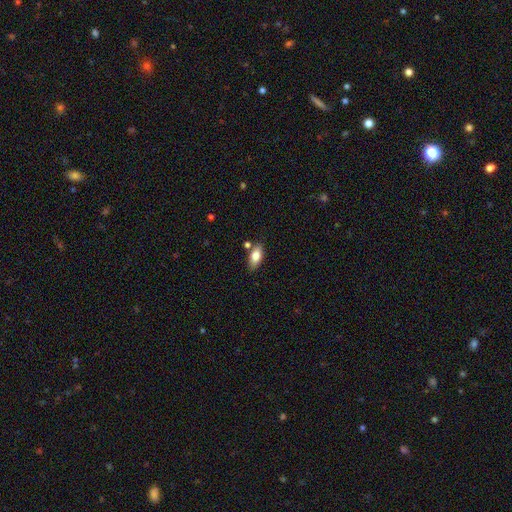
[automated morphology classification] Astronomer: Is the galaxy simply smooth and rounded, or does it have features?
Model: smooth — 78%.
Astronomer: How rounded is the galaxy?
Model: in between — 87%.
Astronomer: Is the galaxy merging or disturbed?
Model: none — 78%.